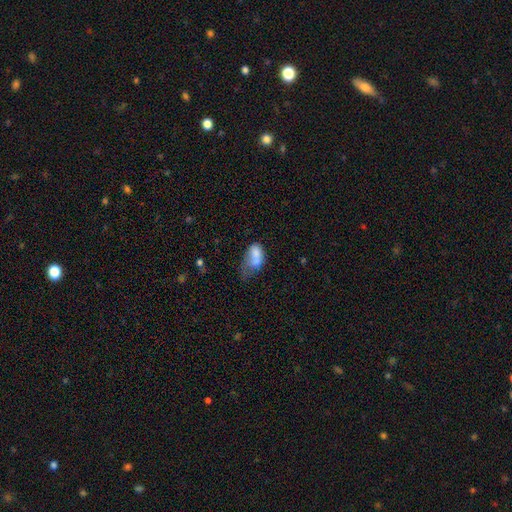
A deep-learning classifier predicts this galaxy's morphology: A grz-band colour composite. It shows a smooth galaxy with no disk features (71%) that is in between round and cigar-shaped (89%). Merging: major disturbance (38%).